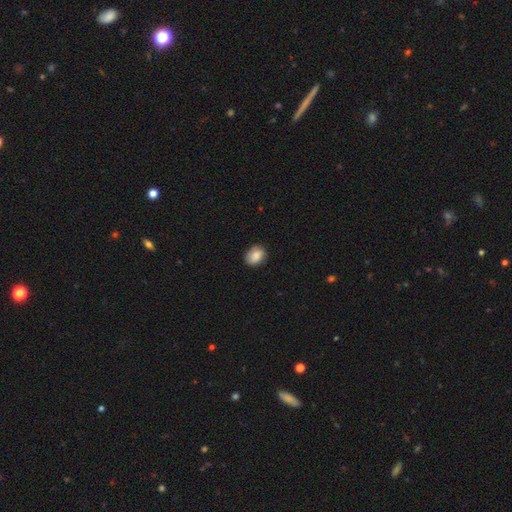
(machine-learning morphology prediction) This appears to be a smooth galaxy with no disk features (83%) that is in between round and cigar-shaped (60%). Merging: none (80%).